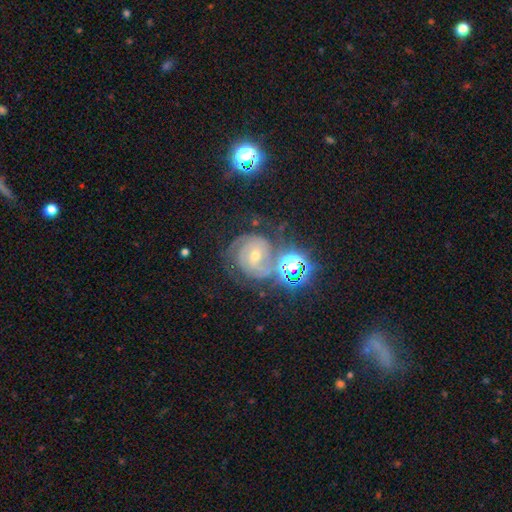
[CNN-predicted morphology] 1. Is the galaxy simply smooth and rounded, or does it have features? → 60% featured or disk, 24% star or artifact, 16% smooth.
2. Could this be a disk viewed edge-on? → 97% no, 3% yes.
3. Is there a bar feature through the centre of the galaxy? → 64% no, 27% weak, 10% strong.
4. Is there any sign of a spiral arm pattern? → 87% yes, 13% no.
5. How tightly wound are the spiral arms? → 54% tight, 36% medium, 10% loose.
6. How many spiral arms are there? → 57% 2, 21% can't tell, 9% 3, 6% 1, 4% 4, 3% more than 4.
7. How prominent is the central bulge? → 53% small, 39% moderate, 3% large, 3% none, 2% dominant.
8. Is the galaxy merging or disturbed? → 63% none, 14% merger, 14% minor disturbance, 8% major disturbance.